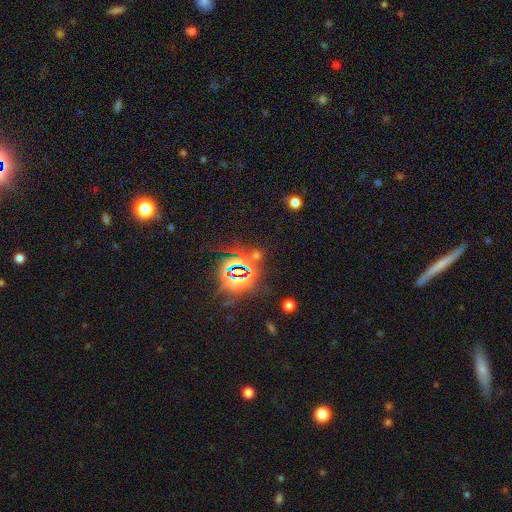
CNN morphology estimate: Overall: star or artifact (76%).